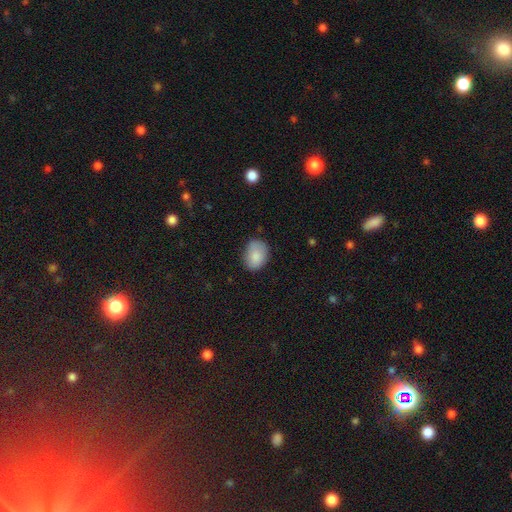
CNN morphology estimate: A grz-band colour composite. It shows a smooth galaxy with no disk features (85%) that is in between round and cigar-shaped (72%). Merging: none (73%).